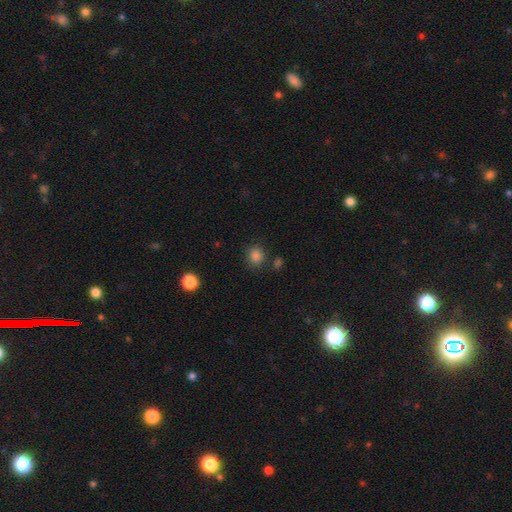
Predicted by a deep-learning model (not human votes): This is clearly a smooth galaxy (84%). How rounded: clearly round (82%). Merging: clearly none (81%).